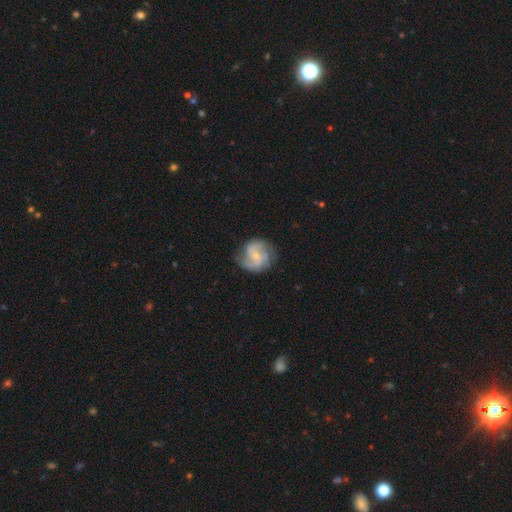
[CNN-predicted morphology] This is clearly a featured or disk galaxy (81%). It is clearly not viewed edge-on (98%). Bar: possibly no (48%). Spiral arm pattern: clearly yes (96%). Spiral arm count: likely 2 (71%). Spiral winding: possibly medium (52%). Central bulge: likely small (67%). Merging: likely none (76%).